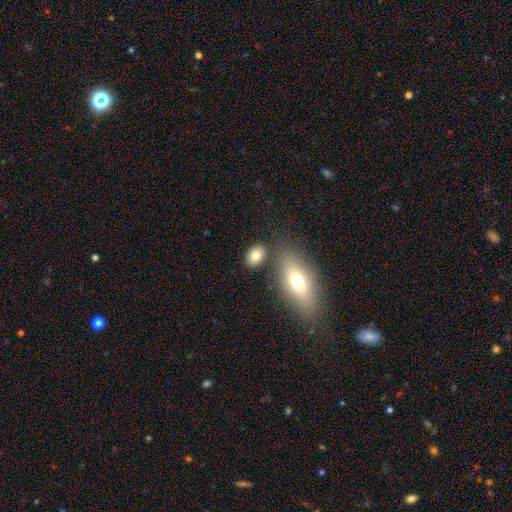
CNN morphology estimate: Overall: smooth (80%). How rounded: in between (77%). Merging: none (74%).